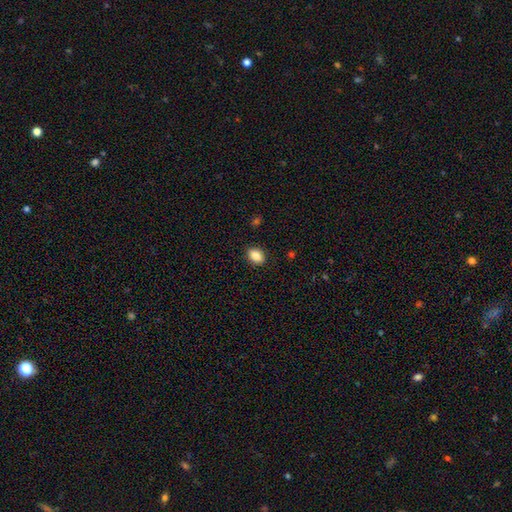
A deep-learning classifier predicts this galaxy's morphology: This is clearly a smooth galaxy (87%). How rounded: likely in between (76%). Merging: clearly none (88%).